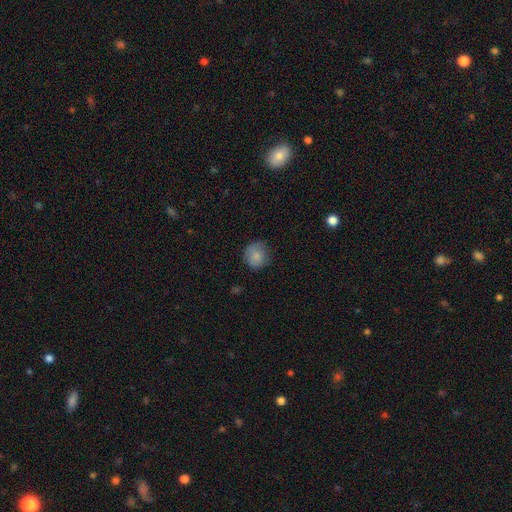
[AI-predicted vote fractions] smooth 82%, featured or disk 10%, star or artifact 8%. Down the decision tree: how rounded — round (86%); merging — none (71%).